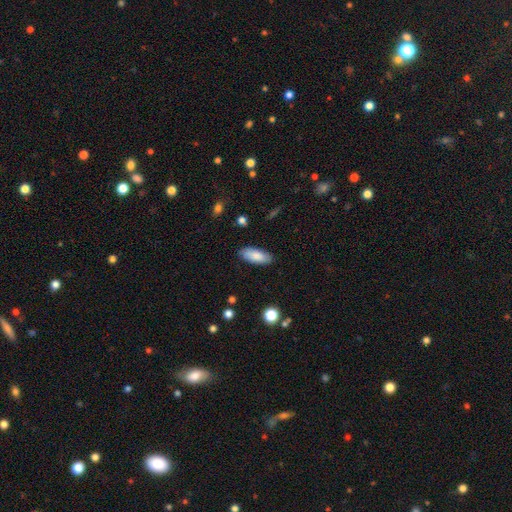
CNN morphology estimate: Overall: smooth (85%). How rounded: in between (81%). Merging: none (86%).